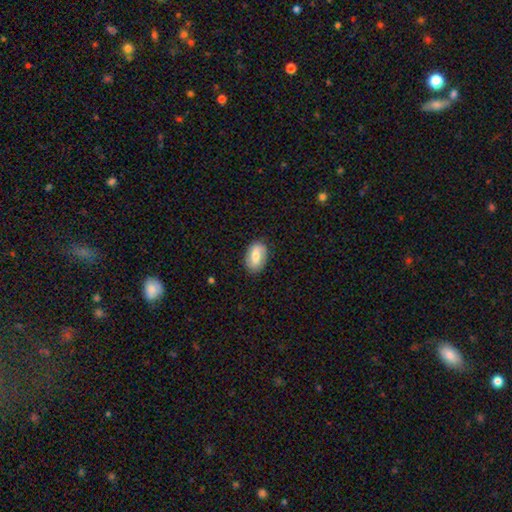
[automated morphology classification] Smooth or featured: smooth — 56% (featured or disk — 37%)
How rounded: in between — 88% (round — 10%)
Merging: none — 83% (minor disturbance — 13%)